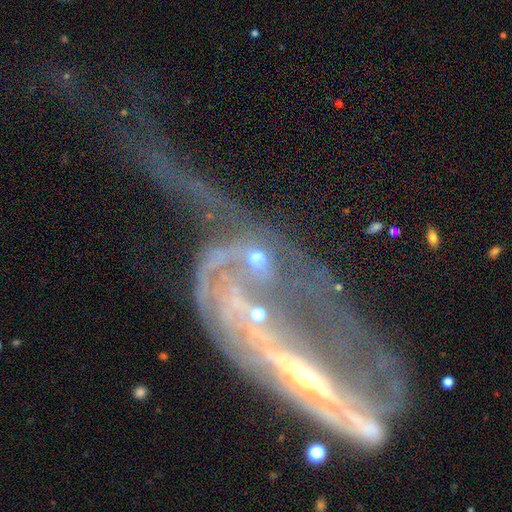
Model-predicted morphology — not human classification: Overall: featured or disk (73%). Edge-on disk: no (86%). Bar: no (62%). Spiral arms: yes (62%; no 38%). Bulge size: small (40%; moderate 35%). Merging: merger (41%; major disturbance 29%).